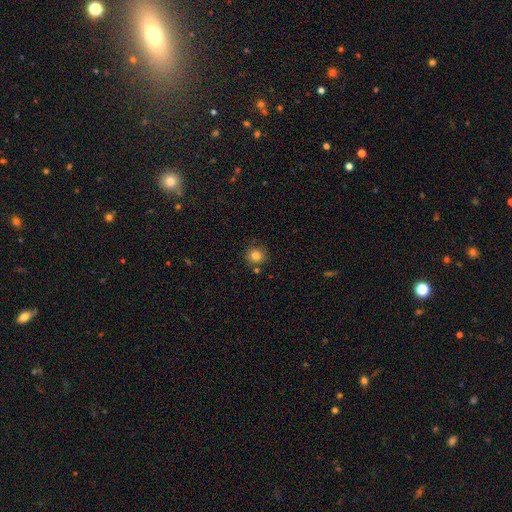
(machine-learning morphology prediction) Smooth or featured?
  - smooth: 82% *
  - star or artifact: 12%
  - featured or disk: 6%
How rounded?
  - round: 92% *
  - in between: 7%
  - cigar-shaped: 1%
Merging?
  - none: 83% *
  - minor disturbance: 9%
  - merger: 6%
  - major disturbance: 2%